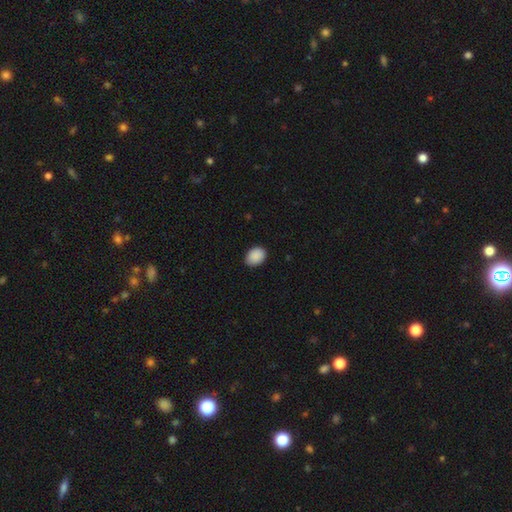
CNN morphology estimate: smooth_or_featured: smooth (p=0.90) [alt: star or artifact p=0.07]
how_rounded: in between (p=0.73) [alt: round p=0.26]
merging: none (p=0.83) [alt: minor disturbance p=0.14]